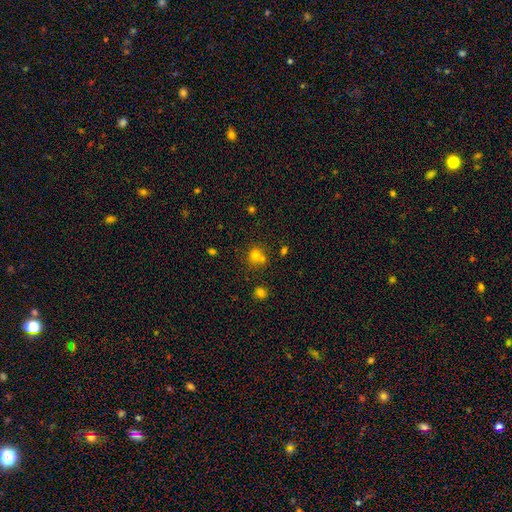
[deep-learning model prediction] Morphology: type=smooth (73%); roundness=round (84%); merging=none (55%).